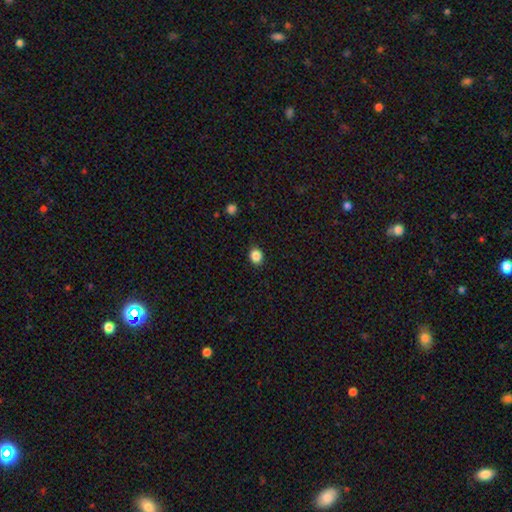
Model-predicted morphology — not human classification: smooth_or_featured: smooth (p=0.86) [alt: star or artifact p=0.10]
how_rounded: round (p=0.61) [alt: in between p=0.38]
merging: none (p=0.90) [alt: minor disturbance p=0.07]